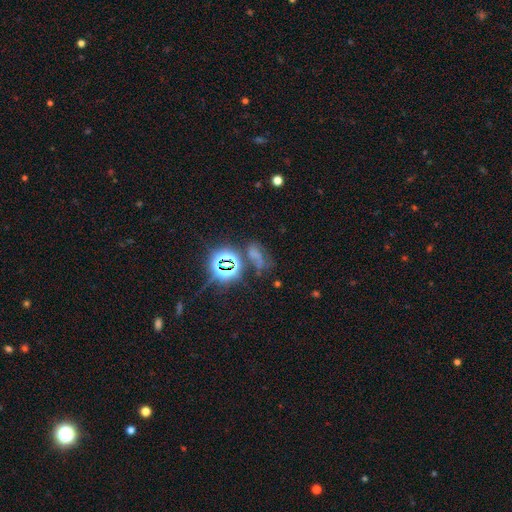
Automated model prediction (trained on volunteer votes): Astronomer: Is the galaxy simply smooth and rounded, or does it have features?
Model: star or artifact — 51% (runner-up: smooth, 36%).